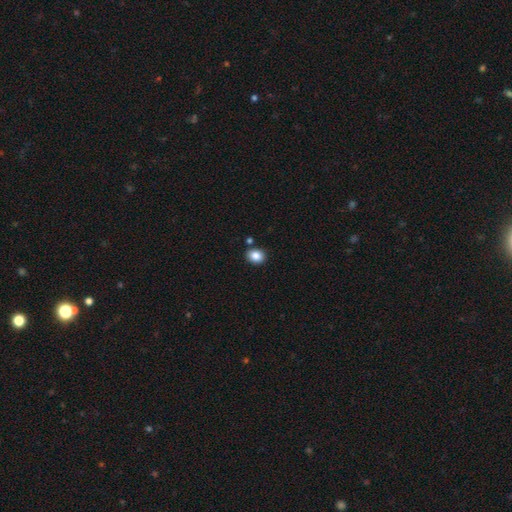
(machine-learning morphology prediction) Smooth or featured: smooth — 86% (star or artifact — 9%)
How rounded: round — 54% (in between — 45%)
Merging: none — 85% (minor disturbance — 8%)